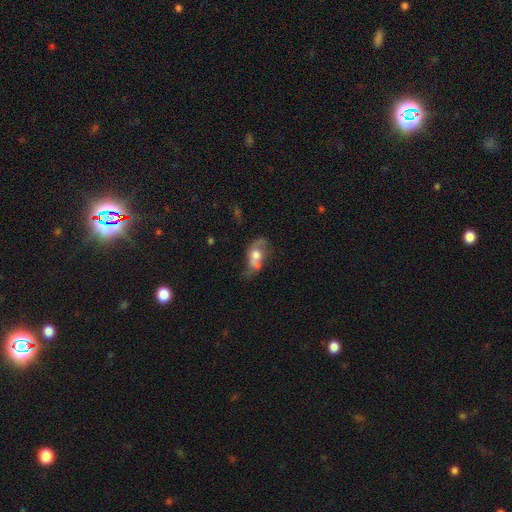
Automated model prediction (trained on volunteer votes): Q: Smooth or featured?
A: smooth (46%); runner-up: featured or disk (45%)
Q: Merging?
A: none (31%); runner-up: major disturbance (30%)